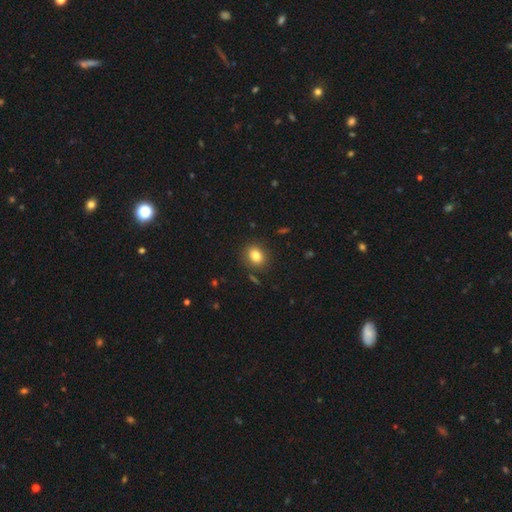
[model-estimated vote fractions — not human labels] A smooth galaxy with no disk features (82%) that is round (55%). Merging: none (86%).